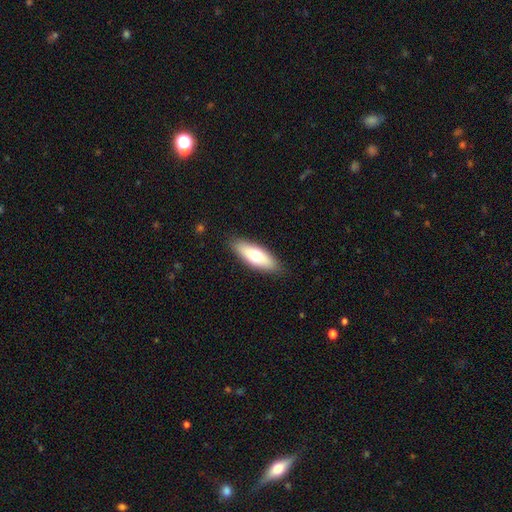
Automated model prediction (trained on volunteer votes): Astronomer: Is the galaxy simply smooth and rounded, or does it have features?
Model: smooth — 67%.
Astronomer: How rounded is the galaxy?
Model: in between — 64%.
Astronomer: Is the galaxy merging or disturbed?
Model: none — 88%.